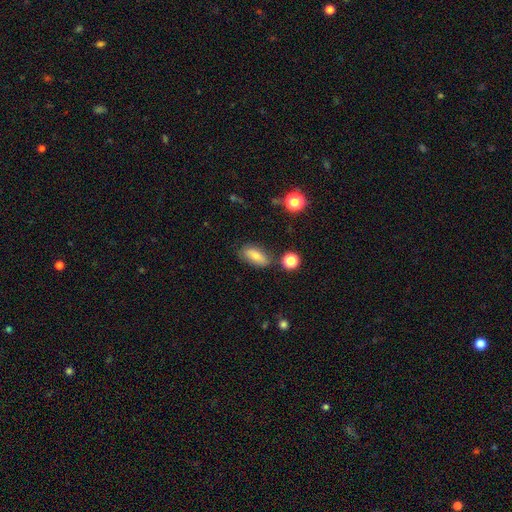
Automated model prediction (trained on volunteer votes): Smooth or featured? Predicted: smooth (p=0.77). How rounded? Predicted: in between (p=0.79). Merging? Predicted: none (p=0.78).